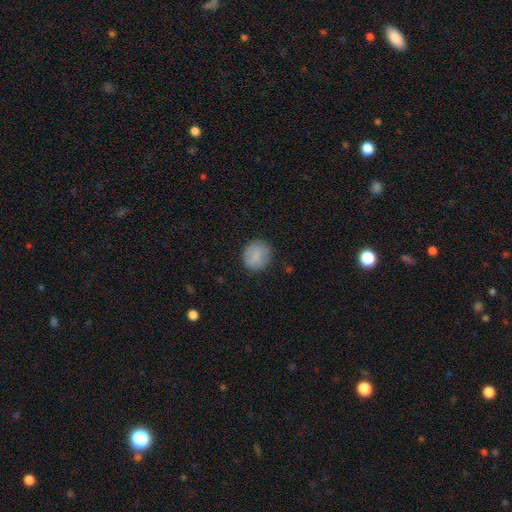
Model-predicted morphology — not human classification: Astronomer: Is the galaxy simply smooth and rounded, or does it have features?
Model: smooth — 85%.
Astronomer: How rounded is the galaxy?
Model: round — 85%.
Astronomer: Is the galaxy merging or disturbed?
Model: none — 84%.